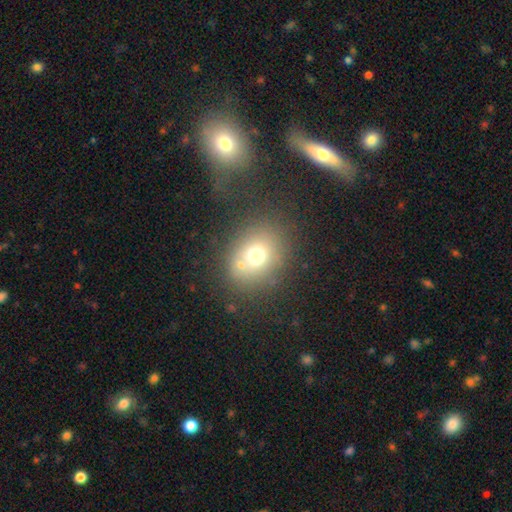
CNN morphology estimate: Q: Smooth or featured?
A: smooth (69%); runner-up: star or artifact (16%)
Q: How rounded?
A: round (61%); runner-up: in between (38%)
Q: Merging?
A: none (67%); runner-up: merger (13%)